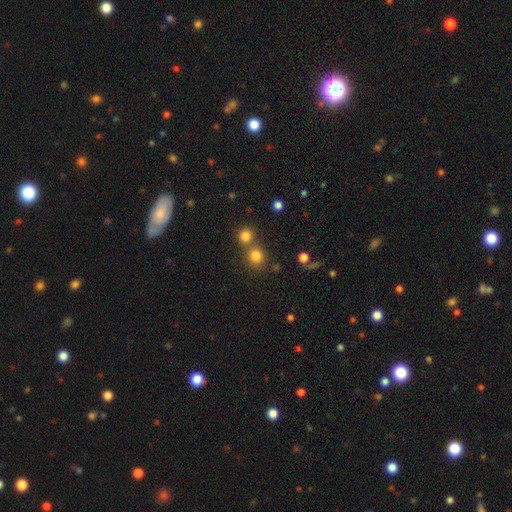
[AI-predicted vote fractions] This appears to be a smooth galaxy with no disk features (80%) that is round (87%). Merging: none (63%).